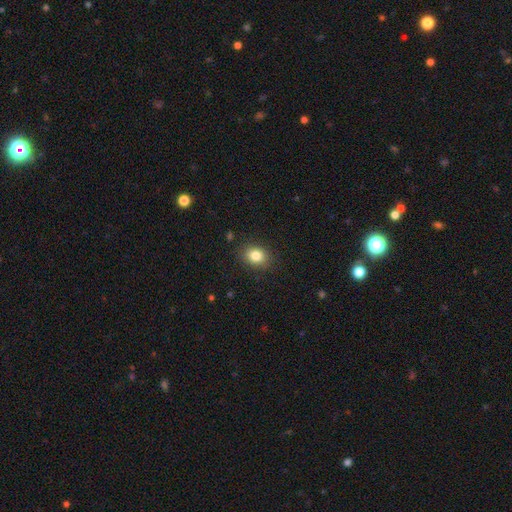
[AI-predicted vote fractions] smooth 83%, star or artifact 10%, featured or disk 7%. Down the decision tree: how rounded — in between (51%); merging — none (86%).